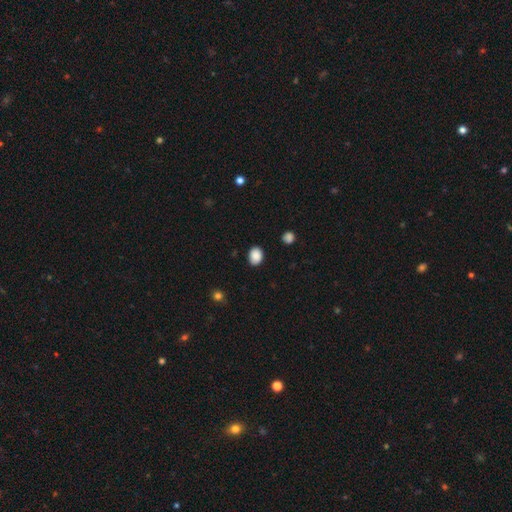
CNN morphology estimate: Overall: smooth (89%). How rounded: in between (64%; round 35%). Merging: none (86%).